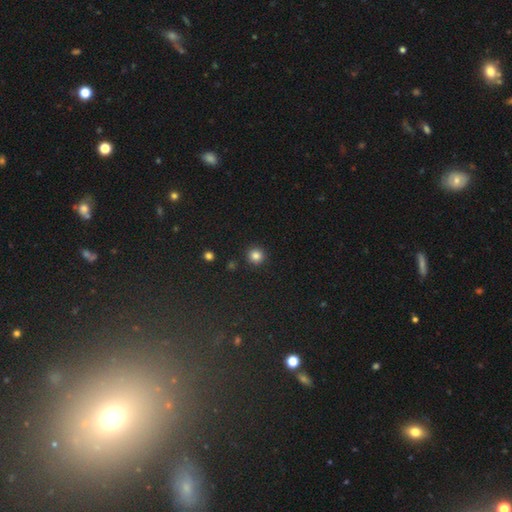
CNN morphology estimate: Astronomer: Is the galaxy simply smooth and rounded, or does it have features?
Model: smooth — 84%.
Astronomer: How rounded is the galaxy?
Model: round — 94%.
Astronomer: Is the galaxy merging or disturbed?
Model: none — 91%.